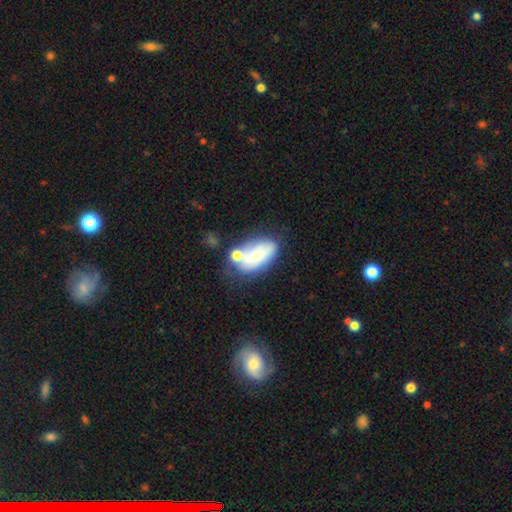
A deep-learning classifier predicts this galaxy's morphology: This is possibly a smooth galaxy (50%). How rounded: clearly in between (90%). Merging: possibly none (48%).